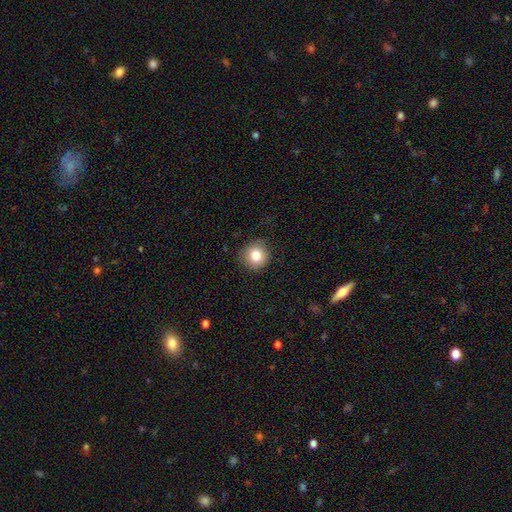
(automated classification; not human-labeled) Smooth or featured? Predicted: smooth (p=0.82). How rounded? Predicted: round (p=0.93). Merging? Predicted: none (p=0.86).